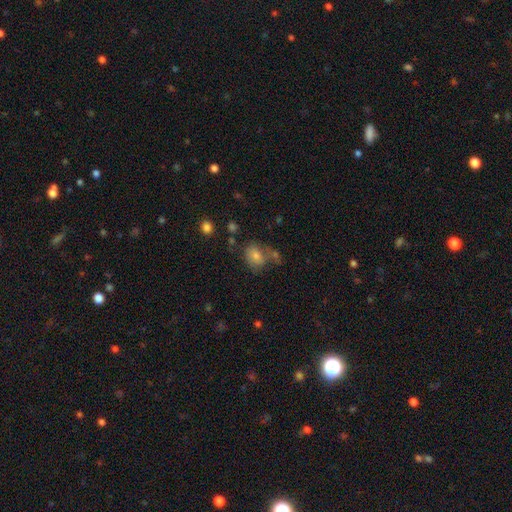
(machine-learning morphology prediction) type=smooth (65%); roundness=in between (58%); merging=none (55%).